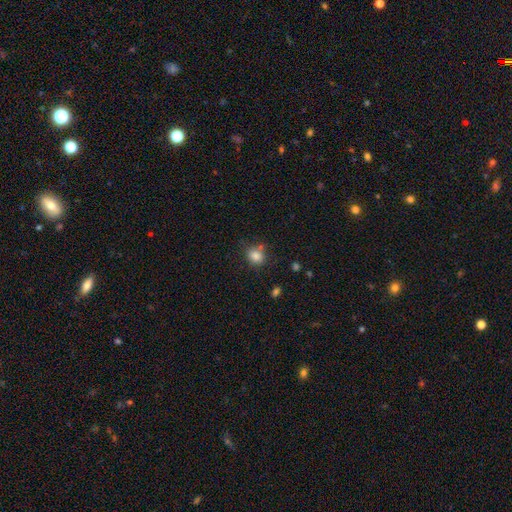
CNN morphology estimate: smooth_or_featured: smooth (p=0.84) [alt: star or artifact p=0.11]
how_rounded: round (p=0.64) [alt: in between p=0.35]
merging: none (p=0.66) [alt: minor disturbance p=0.18]